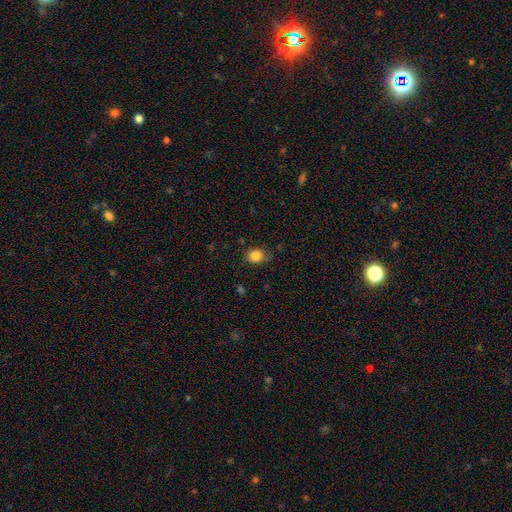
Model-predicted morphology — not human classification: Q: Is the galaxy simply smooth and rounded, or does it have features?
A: smooth — 85%.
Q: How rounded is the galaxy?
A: round — 60%.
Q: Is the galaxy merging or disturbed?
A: none — 78%.